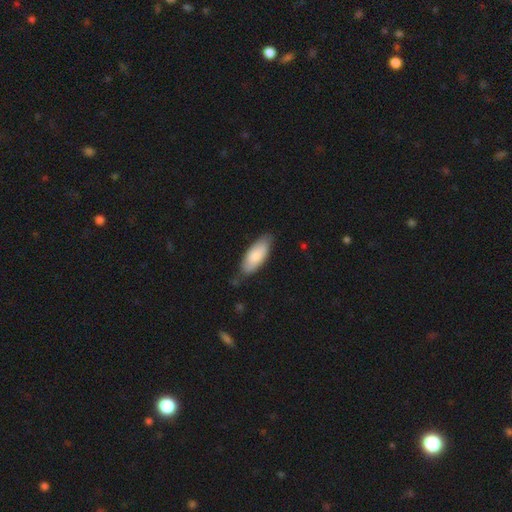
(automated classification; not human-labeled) Overall: smooth (77%). How rounded: in between (82%). Merging: none (69%).